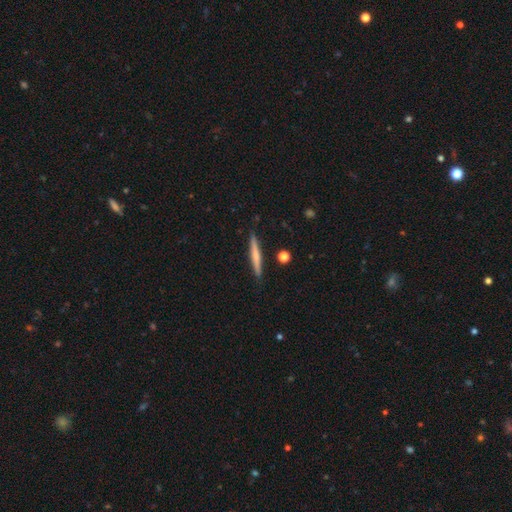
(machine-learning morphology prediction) smooth-or-featured: smooth: 52% | featured or disk: 42% | star or artifact: 6%
  how-rounded: cigar-shaped: 95% | in between: 3% | round: 2%
  merging: none: 90% | minor disturbance: 7% | merger: 2% | major disturbance: 1%